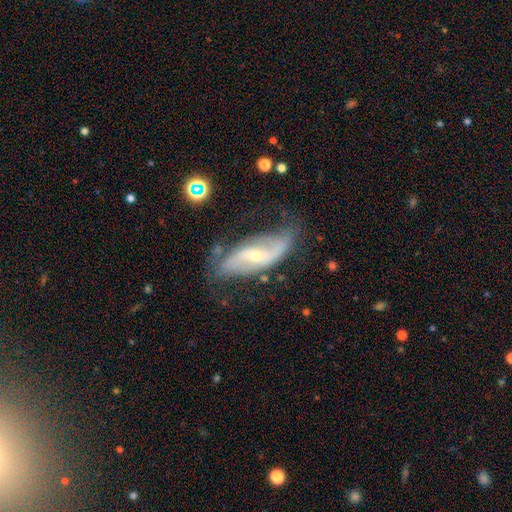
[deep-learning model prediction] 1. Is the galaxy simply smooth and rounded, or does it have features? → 81% featured or disk, 12% smooth, 7% star or artifact.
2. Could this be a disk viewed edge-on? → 91% no, 9% yes.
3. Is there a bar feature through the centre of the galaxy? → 38% weak, 33% no, 29% strong.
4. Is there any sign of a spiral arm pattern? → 90% yes, 10% no.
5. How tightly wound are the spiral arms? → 65% loose, 25% medium, 10% tight.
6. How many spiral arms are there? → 86% 2, 7% can't tell, 3% 1, 1% 3, 1% 4, 1% more than 4.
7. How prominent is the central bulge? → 65% small, 31% moderate, 1% none, 1% large, 1% dominant.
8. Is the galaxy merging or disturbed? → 60% none, 25% minor disturbance, 11% major disturbance, 3% merger.